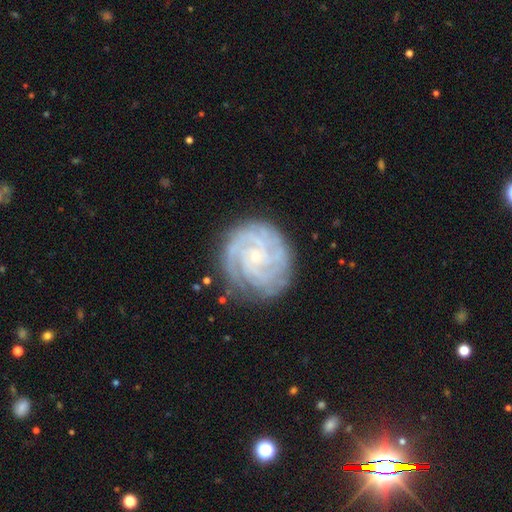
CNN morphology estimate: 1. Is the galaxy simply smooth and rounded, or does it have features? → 88% featured or disk, 6% smooth, 6% star or artifact.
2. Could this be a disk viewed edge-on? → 98% no, 2% yes.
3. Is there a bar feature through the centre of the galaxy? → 73% no, 21% weak, 6% strong.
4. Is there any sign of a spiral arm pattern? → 98% yes, 2% no.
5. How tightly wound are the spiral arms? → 80% tight, 17% medium, 2% loose.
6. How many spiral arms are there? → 28% 4, 24% 3, 18% can't tell, 13% 2, 10% more than 4, 7% 1.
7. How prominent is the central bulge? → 85% small, 11% moderate, 3% none, 1% large, 1% dominant.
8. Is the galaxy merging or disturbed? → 81% none, 14% minor disturbance, 4% major disturbance, 1% merger.